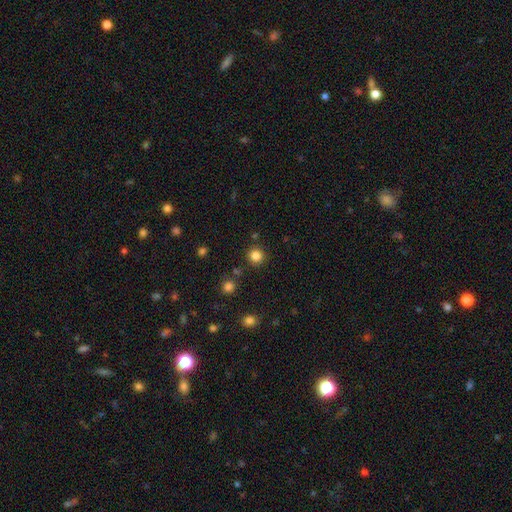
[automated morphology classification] A smooth galaxy with no disk features (84%) that is round (94%).

Vote fractions:
- Smooth or featured? smooth: 84% / star or artifact: 12% / featured or disk: 4%
- How rounded? round: 94% / in between: 5% / cigar-shaped: 1%
- Merging? none: 88% / minor disturbance: 6% / merger: 3% / major disturbance: 2%